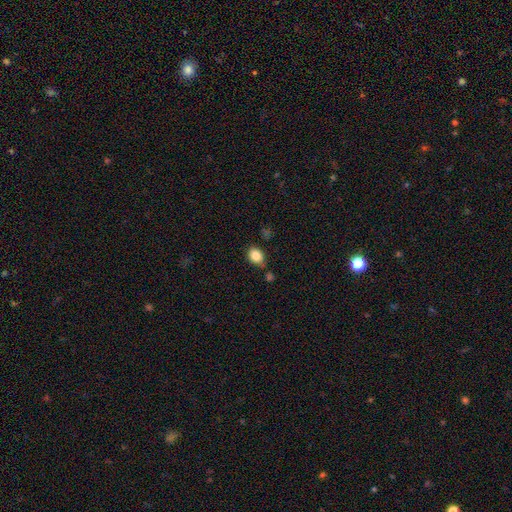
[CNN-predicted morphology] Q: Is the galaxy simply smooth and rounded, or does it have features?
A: smooth — 85%.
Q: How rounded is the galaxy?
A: in between — 66%.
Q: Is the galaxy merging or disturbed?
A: none — 73%.